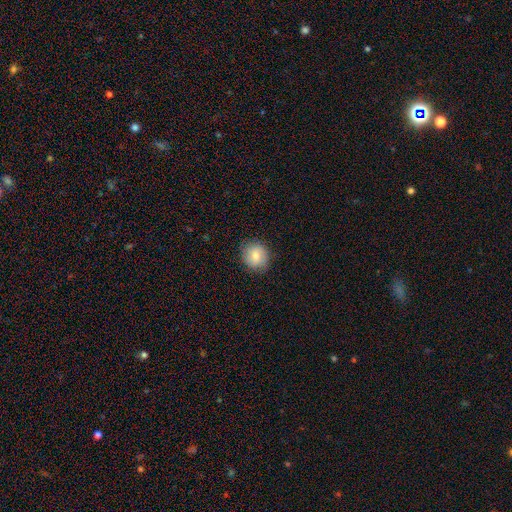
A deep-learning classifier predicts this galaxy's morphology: type=smooth (79%); roundness=round (81%); merging=none (85%).